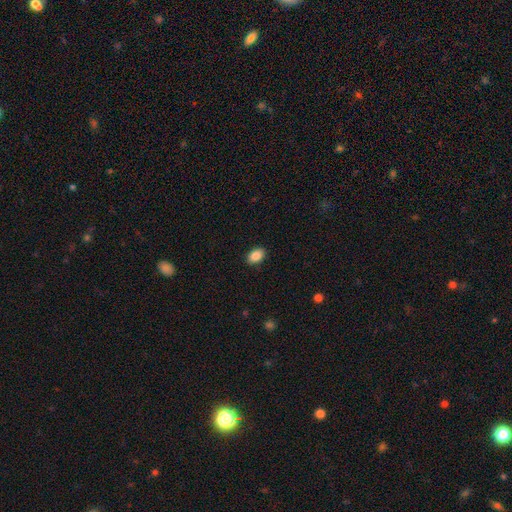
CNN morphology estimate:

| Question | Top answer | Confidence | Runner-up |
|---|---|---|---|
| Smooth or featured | smooth | 88% | star or artifact (8%) |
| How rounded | in between | 87% | round (12%) |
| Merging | none | 90% | minor disturbance (7%) |